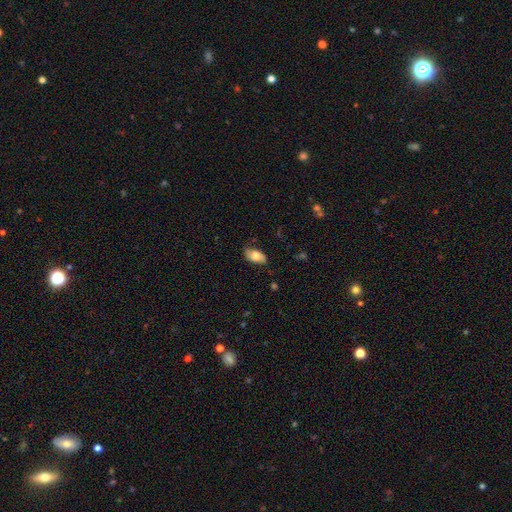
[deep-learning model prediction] This appears to be a smooth galaxy with no disk features (74%) that is in between round and cigar-shaped (93%). Merging: none (76%).